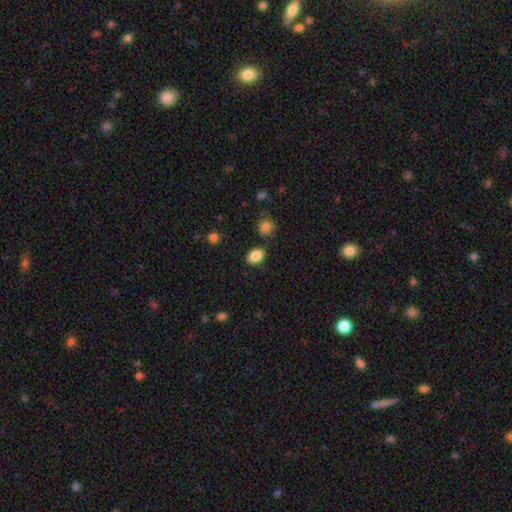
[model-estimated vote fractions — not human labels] Smooth or featured? smooth (86%)
How rounded? in between (75%)
Merging? none (80%)